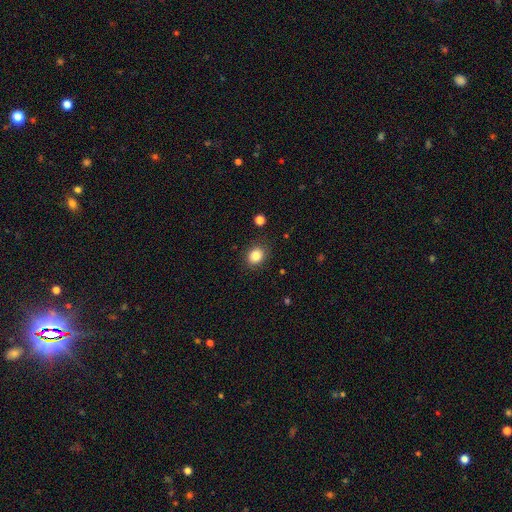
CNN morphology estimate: Smooth or featured? Predicted: smooth (p=0.84). How rounded? Predicted: round (p=0.61). Merging? Predicted: none (p=0.86).